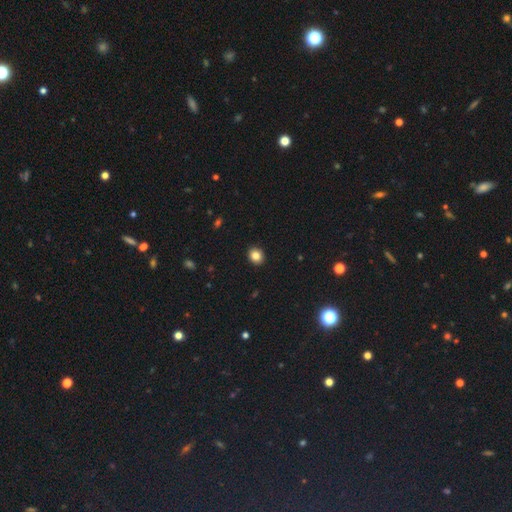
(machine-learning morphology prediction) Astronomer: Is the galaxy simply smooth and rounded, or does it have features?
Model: smooth — 84%.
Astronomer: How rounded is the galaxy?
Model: round — 69%.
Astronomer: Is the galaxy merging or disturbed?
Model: none — 92%.